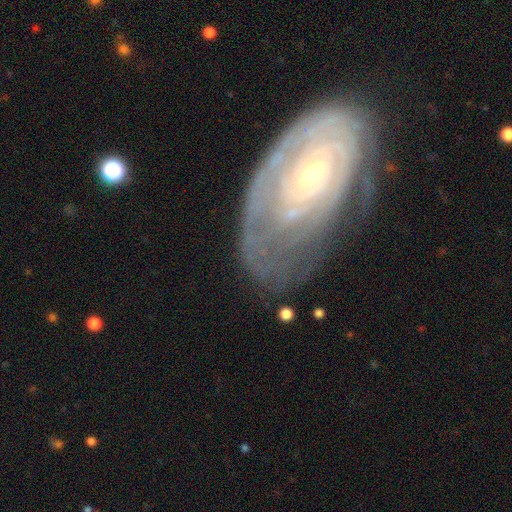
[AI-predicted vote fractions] Smooth or featured? Predicted: featured or disk (p=0.83). Edge-on disk? Predicted: no (p=0.95). Bar? Predicted: no (p=0.68). Spiral arms? Predicted: yes (p=0.90). Spiral winding? Predicted: tight (p=0.80). Spiral arm count? Predicted: can't tell (p=0.48). Bulge size? Predicted: small (p=0.80). Merging? Predicted: none (p=0.62).